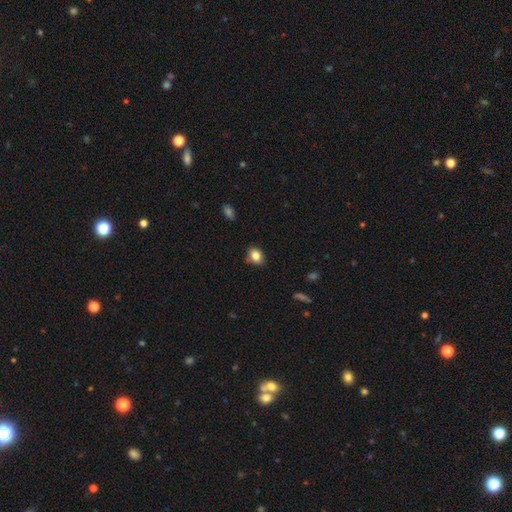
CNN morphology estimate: This appears to be a smooth galaxy with no disk features (82%) that is in between round and cigar-shaped (51%). Merging: none (77%).